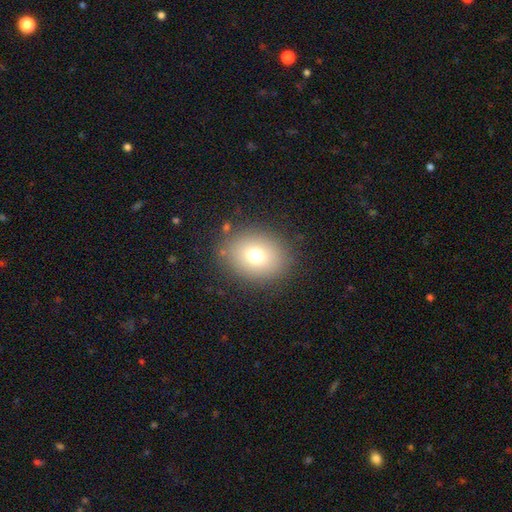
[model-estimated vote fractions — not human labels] smooth_or_featured: smooth (p=0.72) [alt: star or artifact p=0.14]
how_rounded: round (p=0.55) [alt: in between p=0.44]
merging: none (p=0.85) [alt: minor disturbance p=0.09]